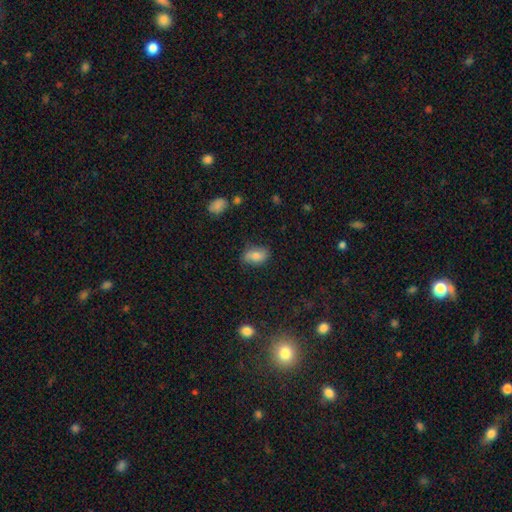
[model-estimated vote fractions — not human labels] Smooth or featured: smooth — 76% (featured or disk — 16%)
How rounded: in between — 89% (round — 8%)
Merging: none — 74% (minor disturbance — 20%)